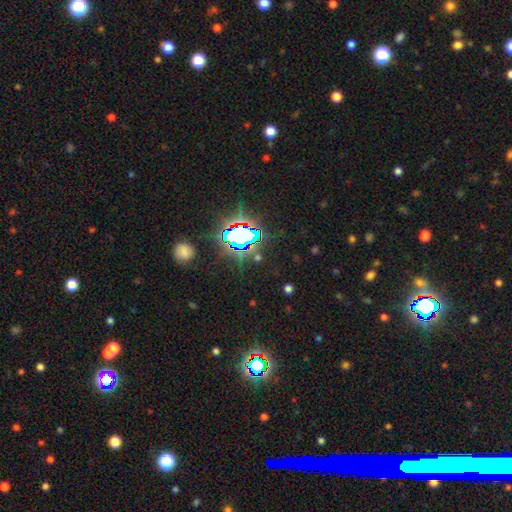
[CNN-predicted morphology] smooth-or-featured: star or artifact: 75% | smooth: 15% | featured or disk: 9%